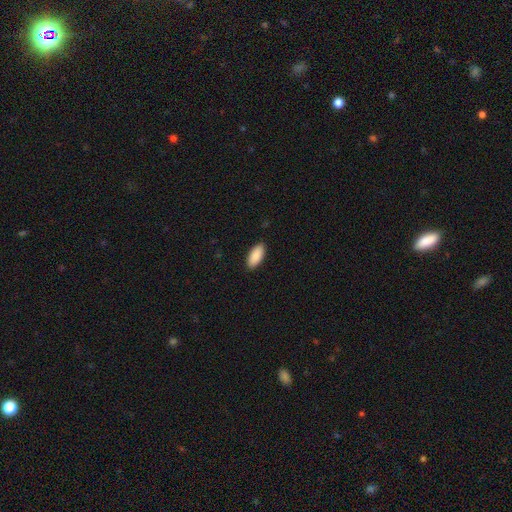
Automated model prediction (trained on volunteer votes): This appears to be a smooth galaxy with no disk features (91%) that is in between round and cigar-shaped (89%). Merging: none (89%).